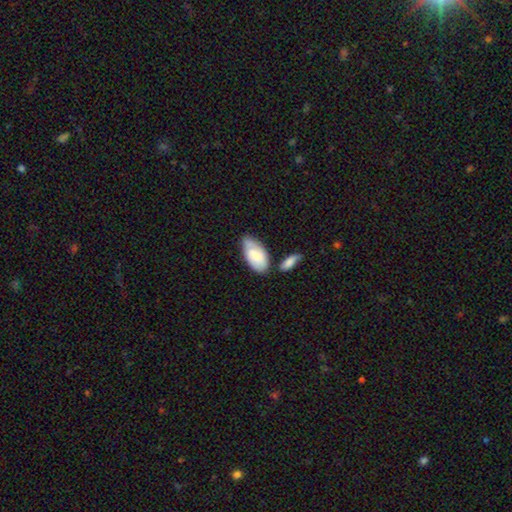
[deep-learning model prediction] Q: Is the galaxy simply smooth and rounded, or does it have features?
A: smooth — 67%.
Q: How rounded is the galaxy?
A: in between — 94%.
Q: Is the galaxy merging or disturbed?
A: none — 50%.